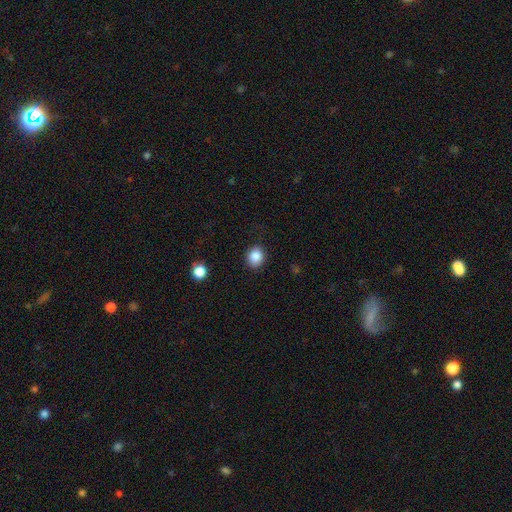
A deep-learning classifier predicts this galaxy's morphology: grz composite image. It shows a smooth galaxy with no disk features (87%) that is round (68%). Merging: none (86%).